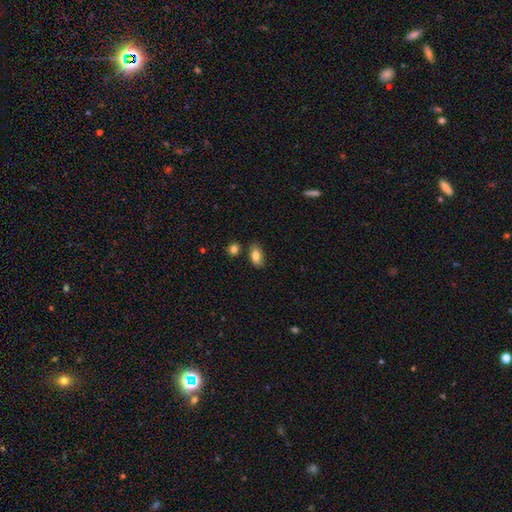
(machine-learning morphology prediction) Overall: smooth (83%). How rounded: in between (90%). Merging: none (75%).